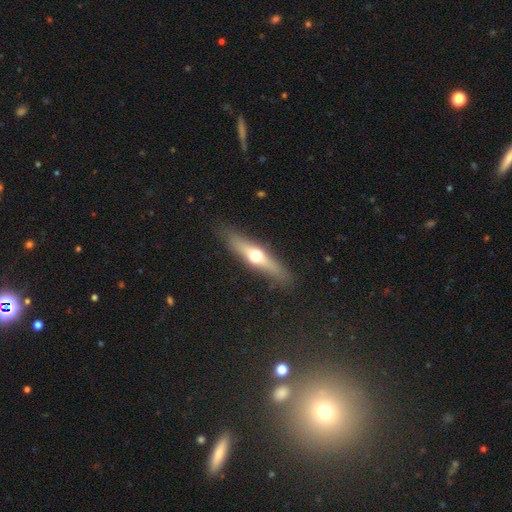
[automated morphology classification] A featured or disk galaxy (54%) viewed edge-on (90%).

Vote fractions:
- Smooth or featured? featured or disk: 54% / smooth: 40% / star or artifact: 6%
- Edge-on disk? yes: 90% / no: 10%
- Merging? none: 86% / minor disturbance: 10% / major disturbance: 3% / merger: 1%